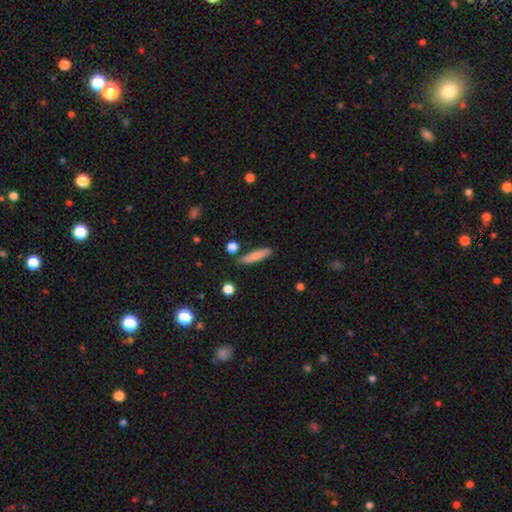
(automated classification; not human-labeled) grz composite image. It shows a smooth galaxy with no disk features (78%) that is cigar-shaped (79%). Merging: none (81%).